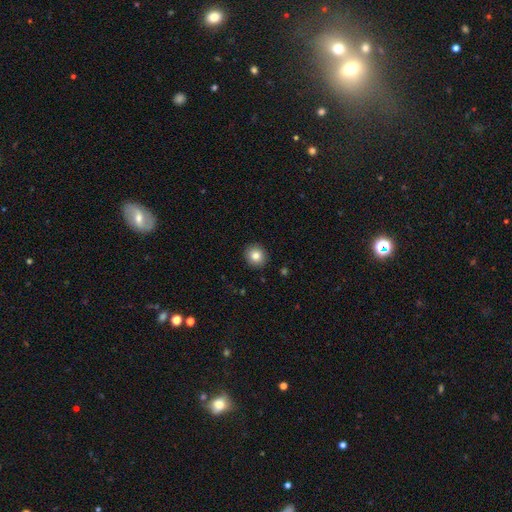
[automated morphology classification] Smooth or featured?
  - smooth: 83% *
  - star or artifact: 9%
  - featured or disk: 8%
How rounded?
  - round: 86% *
  - in between: 13%
  - cigar-shaped: 1%
Merging?
  - none: 91% *
  - minor disturbance: 6%
  - major disturbance: 2%
  - merger: 1%